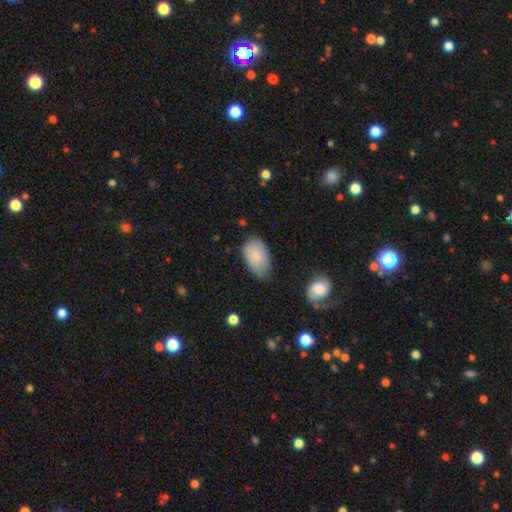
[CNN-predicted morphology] smooth 82%, featured or disk 11%, star or artifact 6%. Down the decision tree: how rounded — in between (94%); merging — none (65%).